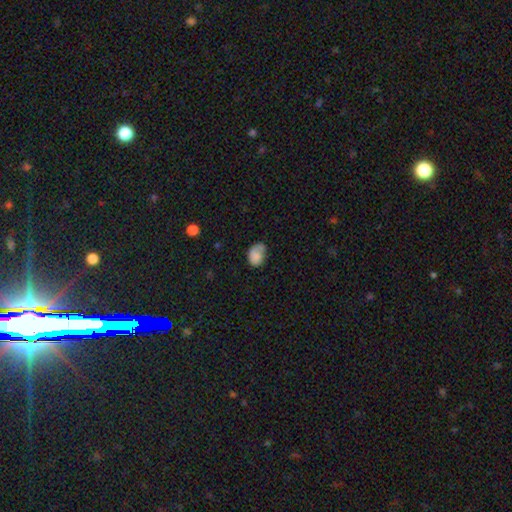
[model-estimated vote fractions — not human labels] Morphology: type=smooth (78%); roundness=in between (74%); merging=none (43%).